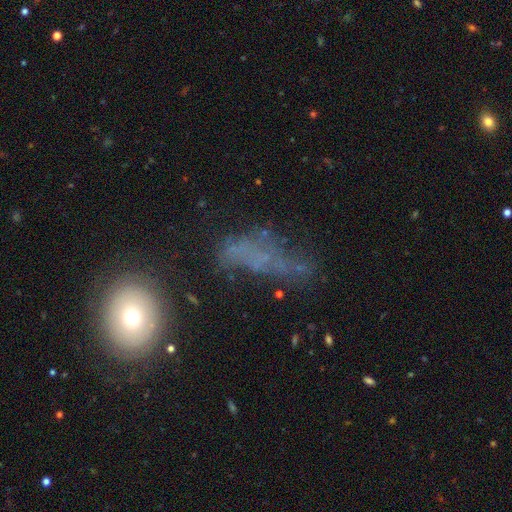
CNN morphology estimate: A featured or disk galaxy (40%).

Vote fractions:
- Smooth or featured? featured or disk: 40% / smooth: 36% / star or artifact: 24%
- Merging? none: 40% / major disturbance: 32% / minor disturbance: 21% / merger: 8%